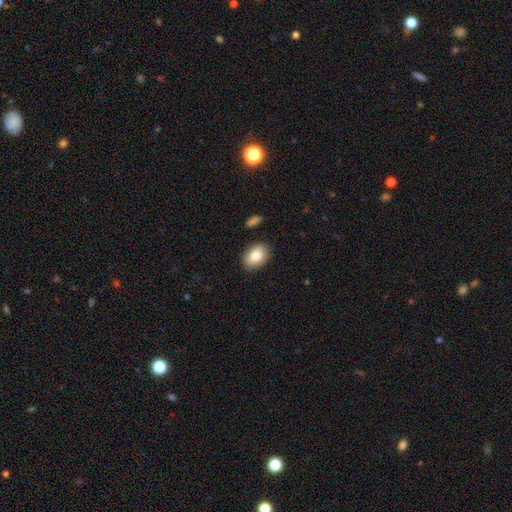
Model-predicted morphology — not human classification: A smooth galaxy with no disk features (86%) that is in between round and cigar-shaped (80%). Merging: none (85%).